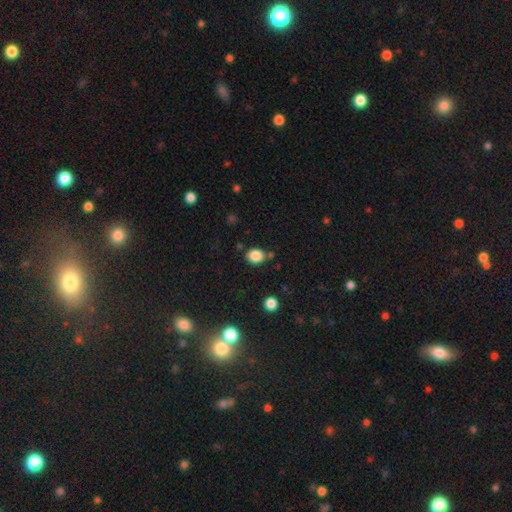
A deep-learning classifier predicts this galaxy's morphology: This appears to be a smooth galaxy with no disk features (85%) that is round (62%). Merging: none (78%).